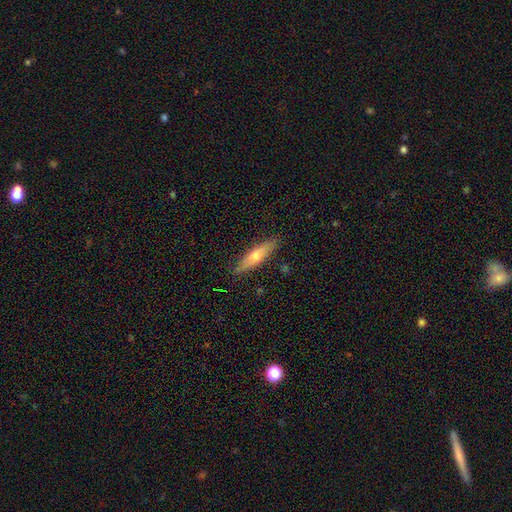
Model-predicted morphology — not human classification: A smooth galaxy with no disk features (50%). Merging: none (87%).